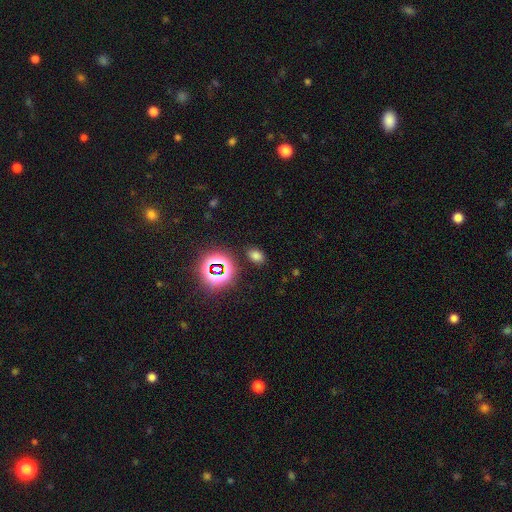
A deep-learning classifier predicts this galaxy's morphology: A smooth galaxy with no disk features (66%) that is in between round and cigar-shaped (79%).

Vote fractions:
- Smooth or featured? smooth: 66% / star or artifact: 27% / featured or disk: 6%
- How rounded? in between: 79% / round: 20% / cigar-shaped: 2%
- Merging? none: 84% / minor disturbance: 10% / major disturbance: 4% / merger: 3%